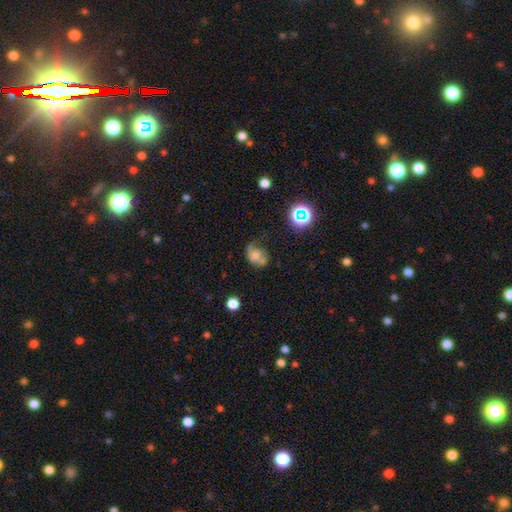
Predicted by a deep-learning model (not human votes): Q: Smooth or featured?
A: smooth (51%); runner-up: featured or disk (34%)
Q: How rounded?
A: round (52%); runner-up: in between (47%)
Q: Merging?
A: none (32%); runner-up: major disturbance (26%)